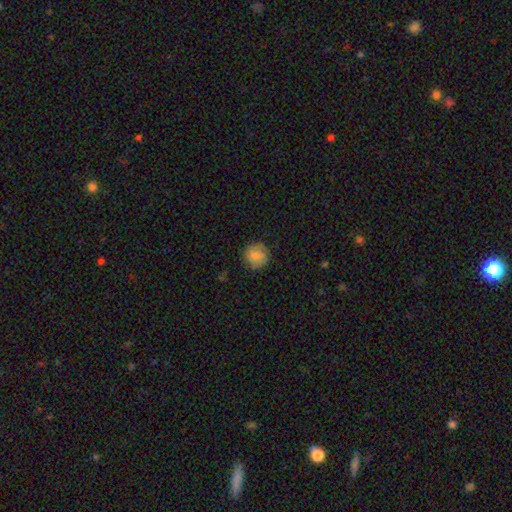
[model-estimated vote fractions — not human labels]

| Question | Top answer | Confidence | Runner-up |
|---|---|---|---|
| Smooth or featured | smooth | 81% | featured or disk (11%) |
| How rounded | round | 92% | in between (7%) |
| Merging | none | 82% | minor disturbance (13%) |